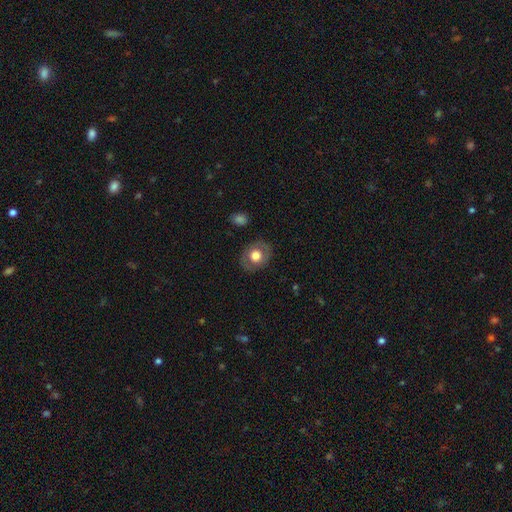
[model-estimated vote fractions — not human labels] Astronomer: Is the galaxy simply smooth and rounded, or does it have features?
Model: smooth — 58% (runner-up: featured or disk, 35%).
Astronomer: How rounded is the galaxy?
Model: round — 57% (runner-up: in between, 42%).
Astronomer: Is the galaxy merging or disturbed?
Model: none — 83%.